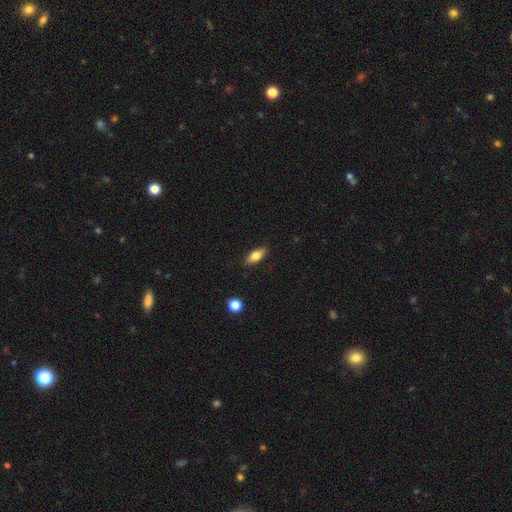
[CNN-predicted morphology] smooth-or-featured: smooth: 72% | featured or disk: 21% | star or artifact: 7%
  how-rounded: in between: 76% | cigar-shaped: 20% | round: 3%
  merging: none: 87% | minor disturbance: 10% | major disturbance: 2% | merger: 1%